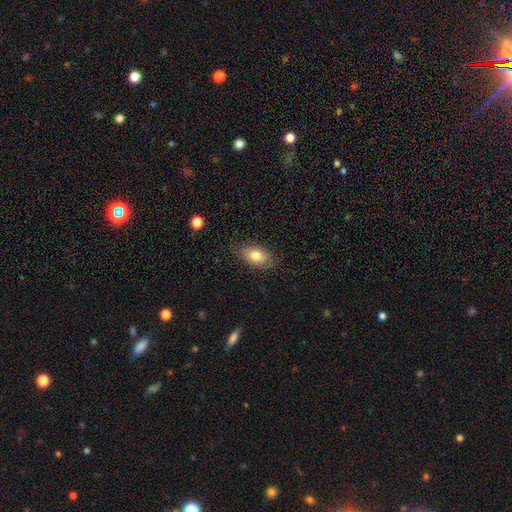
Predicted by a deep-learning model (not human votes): smooth 80%, featured or disk 13%, star or artifact 8%. Down the decision tree: how rounded — in between (89%); merging — none (81%).